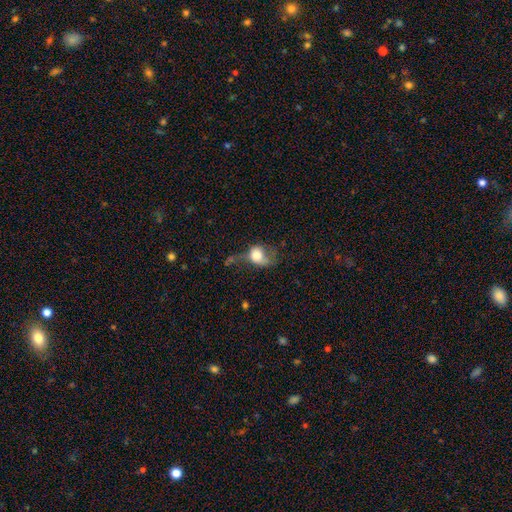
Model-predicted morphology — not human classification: Smooth or featured? Predicted: smooth (p=0.67). How rounded? Predicted: round (p=0.50). Merging? Predicted: major disturbance (p=0.41).